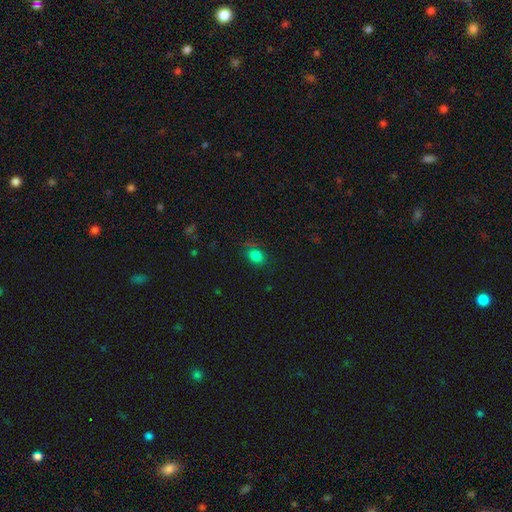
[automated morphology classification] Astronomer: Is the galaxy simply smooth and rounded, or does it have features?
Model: smooth — 78%.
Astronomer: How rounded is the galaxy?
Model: in between — 52% (runner-up: round, 47%).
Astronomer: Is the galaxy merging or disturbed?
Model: none — 73%.